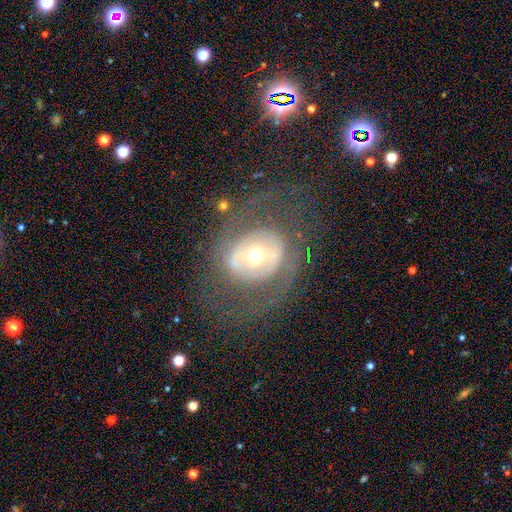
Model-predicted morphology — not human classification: smooth_or_featured: featured or disk (p=0.68) [alt: smooth p=0.24]
disk_edge_on: no (p=0.95) [alt: yes p=0.05]
bar: no (p=0.53) [alt: weak p=0.28]
has_spiral_arms: no (p=0.56) [alt: yes p=0.44]
bulge_size: moderate (p=0.64) [alt: small p=0.23]
merging: none (p=0.64) [alt: major disturbance p=0.19]